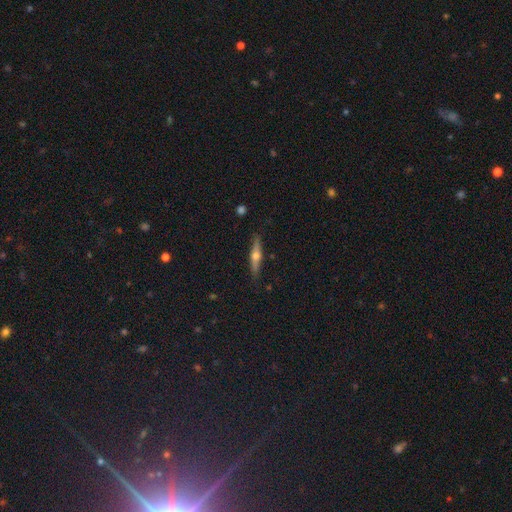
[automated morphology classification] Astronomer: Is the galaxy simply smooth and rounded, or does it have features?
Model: featured or disk — 60%.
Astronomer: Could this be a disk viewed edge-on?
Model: yes — 95%.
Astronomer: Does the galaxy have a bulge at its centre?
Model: rounded — 93%.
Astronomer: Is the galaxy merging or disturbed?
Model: none — 86%.